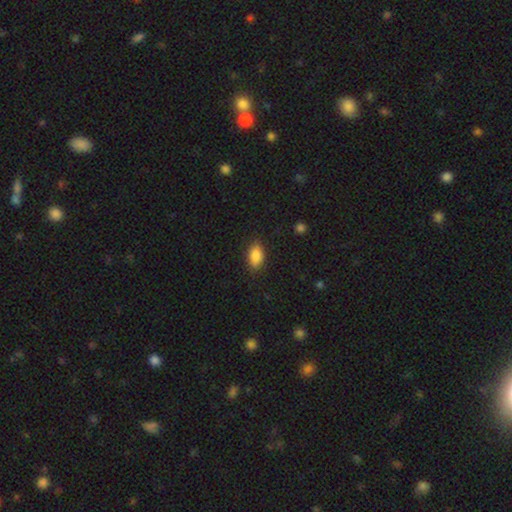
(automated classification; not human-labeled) This appears to be a smooth galaxy with no disk features (87%) that is in between round and cigar-shaped (90%). Merging: none (85%).